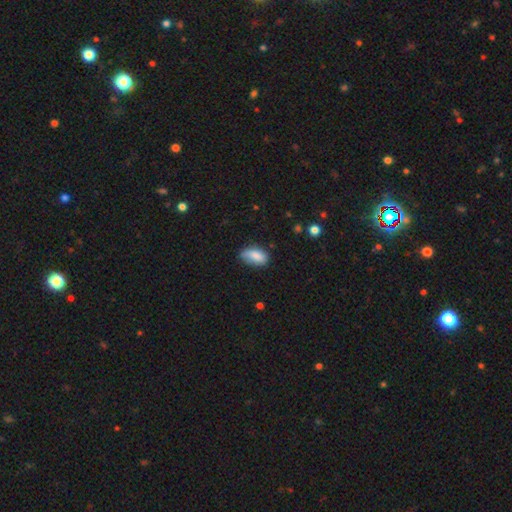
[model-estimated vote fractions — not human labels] Smooth or featured? Predicted: smooth (p=0.83). How rounded? Predicted: in between (p=0.91). Merging? Predicted: none (p=0.61).